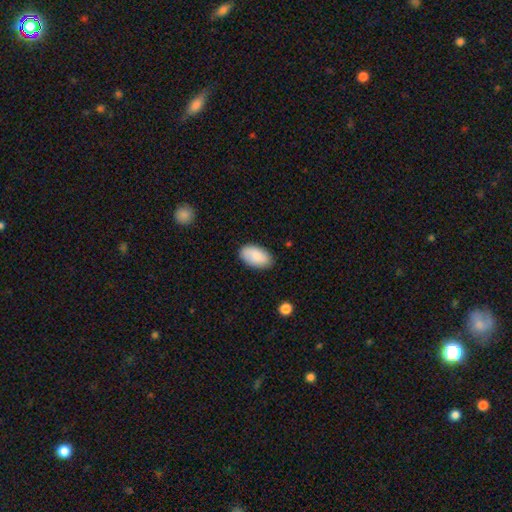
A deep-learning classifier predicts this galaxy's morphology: This is clearly a smooth galaxy (86%). How rounded: clearly in between (95%). Merging: clearly none (85%).